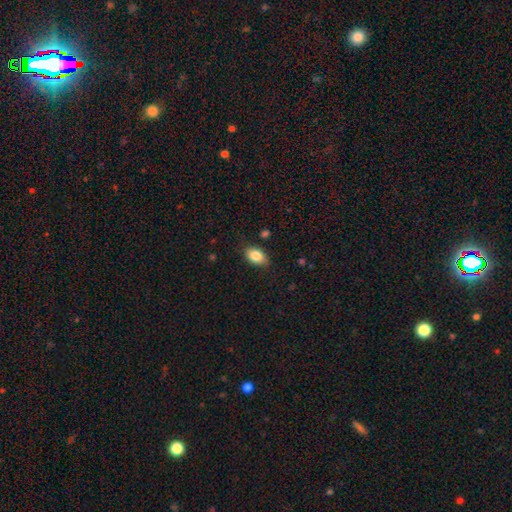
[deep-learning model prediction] The model was most divided on "merging": none: 82%, minor disturbance: 14%, major disturbance: 3%, merger: 1%. More confident: how rounded — in between (89%); smooth or featured — smooth (85%).